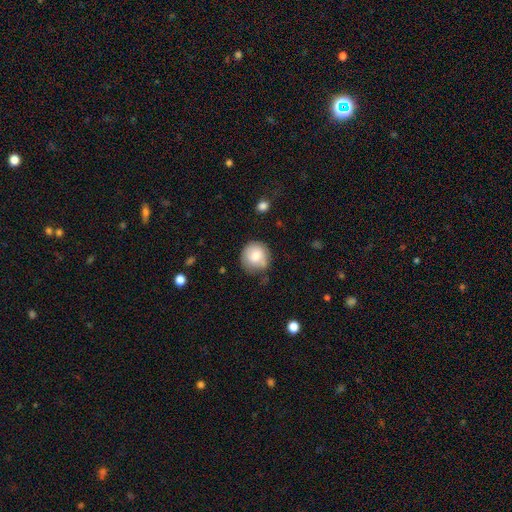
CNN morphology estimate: A smooth galaxy with no disk features (77%) that is round (91%). Merging: none (71%).